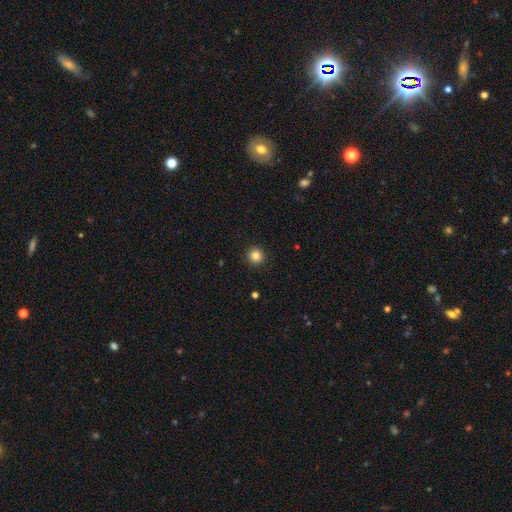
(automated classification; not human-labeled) This is clearly a smooth galaxy (84%). How rounded: clearly round (95%). Merging: clearly none (92%).